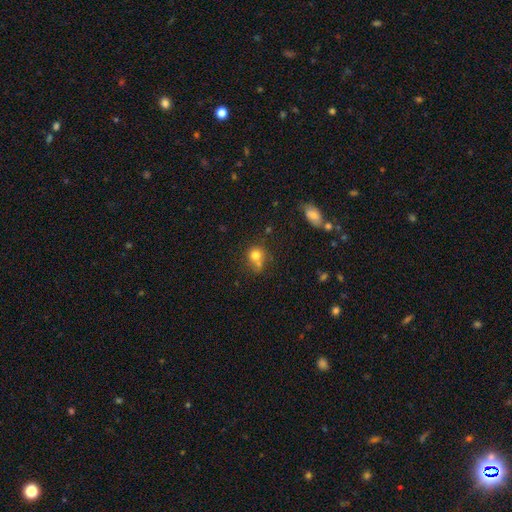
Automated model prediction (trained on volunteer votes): Smooth or featured? Predicted: smooth (p=0.77). How rounded? Predicted: round (p=0.81). Merging? Predicted: none (p=0.49).